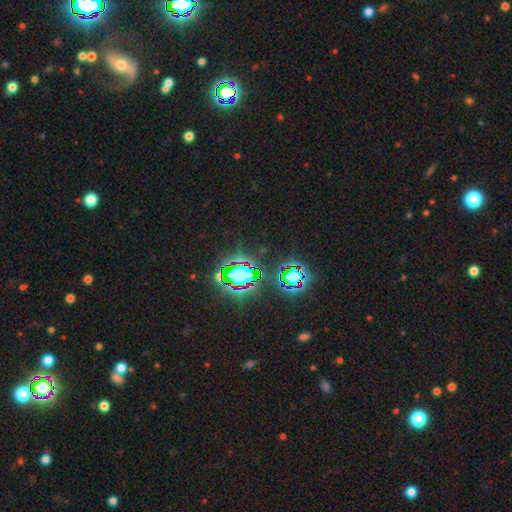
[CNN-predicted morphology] Q: Smooth or featured?
A: star or artifact (79%); runner-up: smooth (13%)